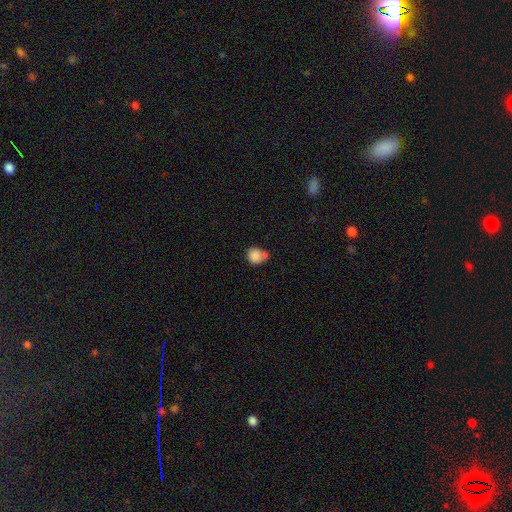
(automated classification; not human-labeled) Overall: smooth (83%). How rounded: round (71%). Merging: none (44%; minor disturbance 26%).